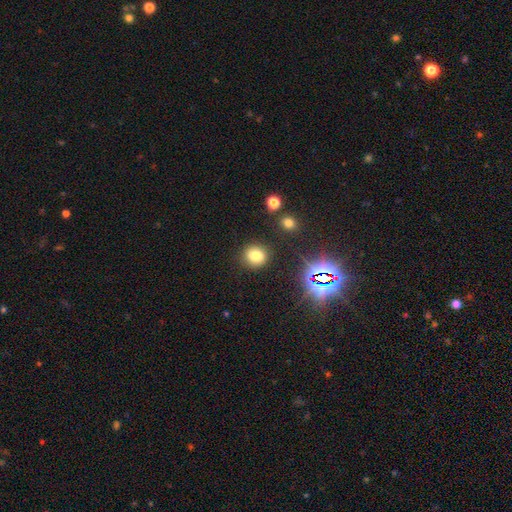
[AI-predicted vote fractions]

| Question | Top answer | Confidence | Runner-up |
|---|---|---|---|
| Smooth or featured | smooth | 73% | star or artifact (18%) |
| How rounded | round | 78% | in between (21%) |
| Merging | none | 86% | minor disturbance (9%) |